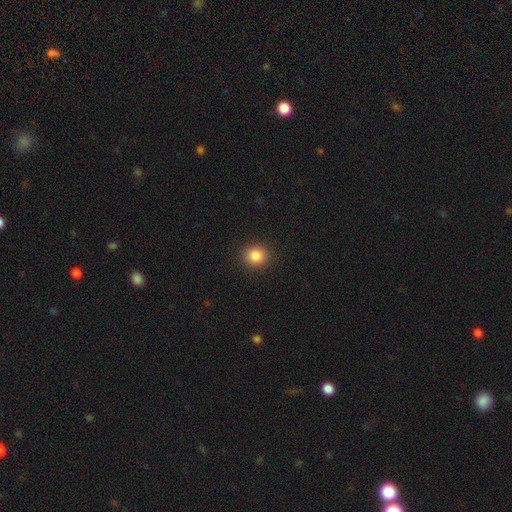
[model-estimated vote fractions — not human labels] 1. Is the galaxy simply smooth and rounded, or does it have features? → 85% smooth, 11% star or artifact, 4% featured or disk.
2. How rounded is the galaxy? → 85% round, 14% in between, 1% cigar-shaped.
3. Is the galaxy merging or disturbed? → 91% none, 6% minor disturbance, 2% major disturbance, 1% merger.